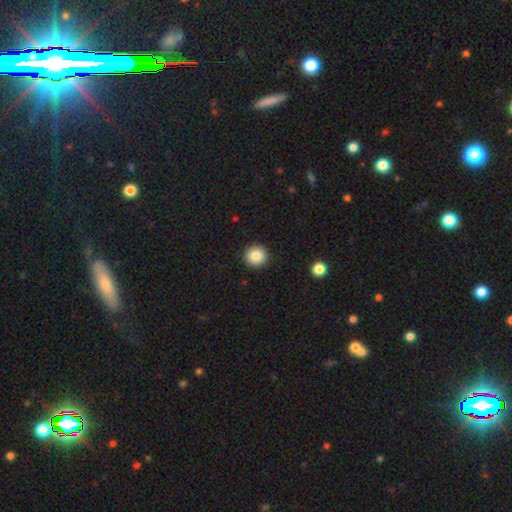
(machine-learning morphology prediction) smooth_or_featured: smooth (p=0.86) [alt: star or artifact p=0.09]
how_rounded: round (p=0.96) [alt: in between p=0.03]
merging: none (p=0.93) [alt: minor disturbance p=0.05]